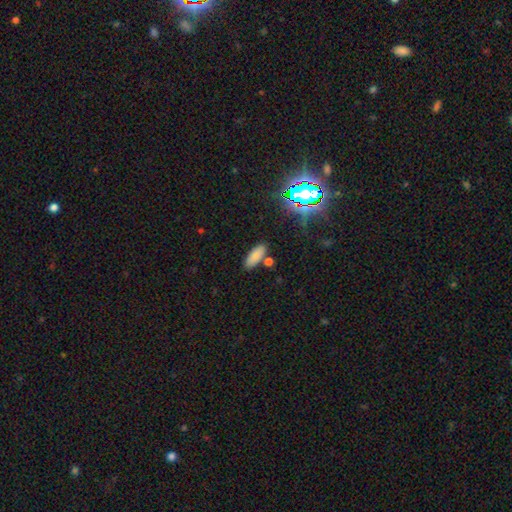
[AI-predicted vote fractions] Overall: smooth (80%). How rounded: in between (75%). Merging: none (78%).